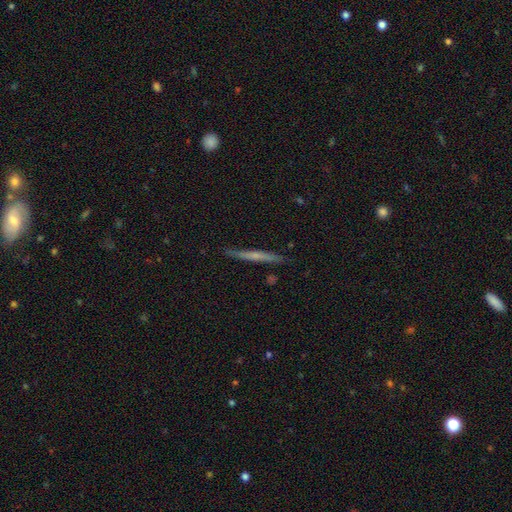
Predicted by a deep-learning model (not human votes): This is possibly a featured or disk galaxy (53%). It is clearly viewed edge-on (96%). Edge-on bulge: possibly none (58%). Merging: clearly none (87%).